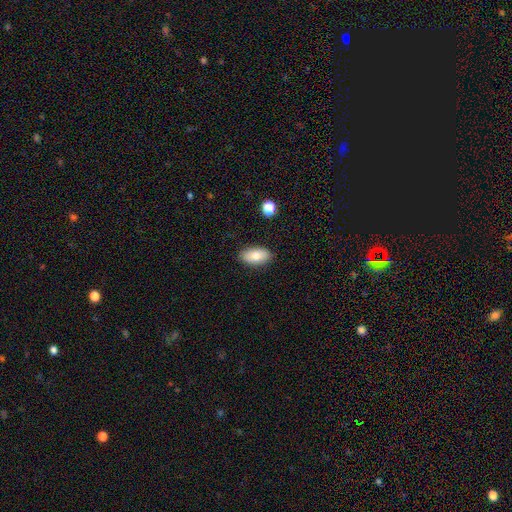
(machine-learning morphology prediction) This appears to be a smooth galaxy with no disk features (78%) that is in between round and cigar-shaped (93%). Merging: none (86%).